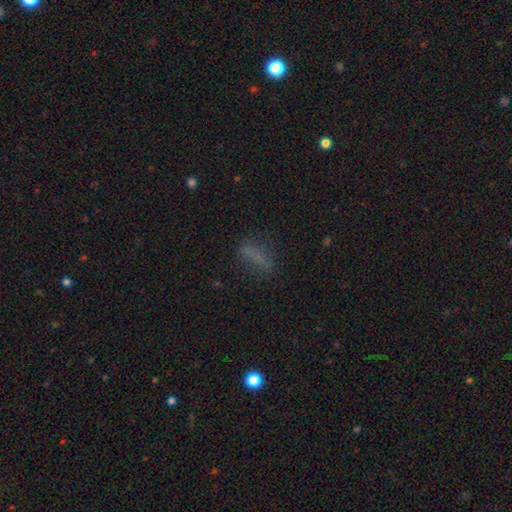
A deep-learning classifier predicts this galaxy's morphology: smooth 63%, featured or disk 19%, star or artifact 18%. Down the decision tree: how rounded — cigar-shaped (56%); merging — none (67%).